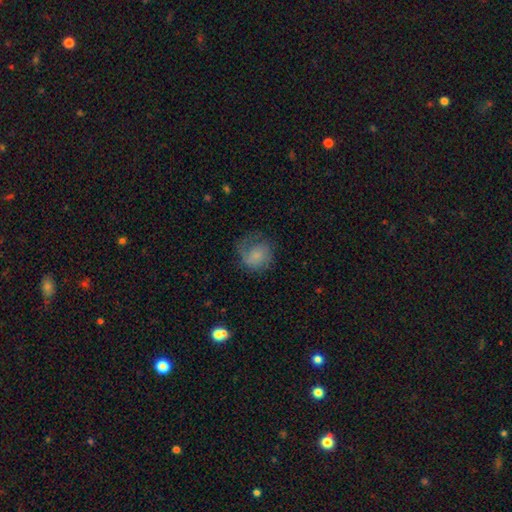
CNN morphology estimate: smooth-or-featured: smooth: 56% | featured or disk: 35% | star or artifact: 9%
  how-rounded: round: 75% | in between: 24% | cigar-shaped: 1%
  merging: none: 49% | major disturbance: 25% | minor disturbance: 25% | merger: 2%